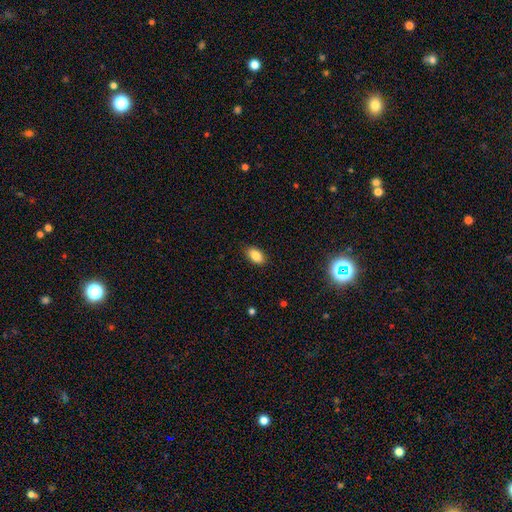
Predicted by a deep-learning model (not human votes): A smooth galaxy with no disk features (86%) that is in between round and cigar-shaped (92%). Merging: none (87%).